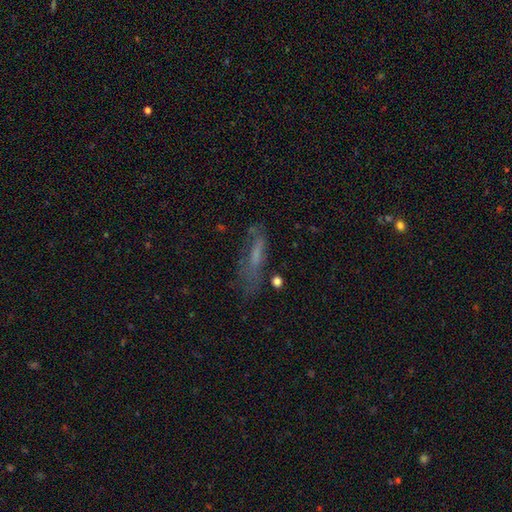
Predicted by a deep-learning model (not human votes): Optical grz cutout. It shows a smooth galaxy with no disk features (47%). Merging: none (57%).